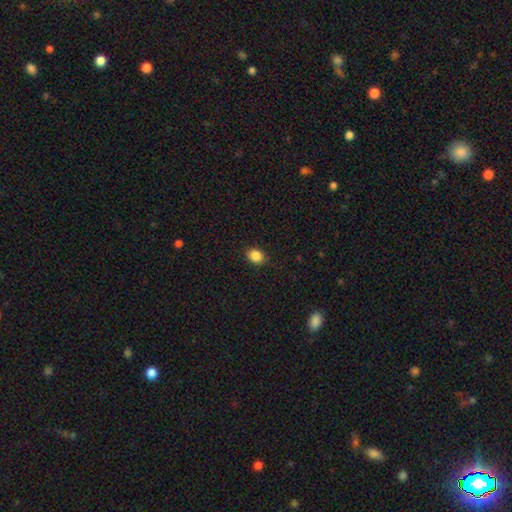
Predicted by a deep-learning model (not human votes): smooth-or-featured: smooth: 87% | star or artifact: 10% | featured or disk: 4%
  how-rounded: in between: 57% | round: 42% | cigar-shaped: 1%
  merging: none: 90% | minor disturbance: 8% | major disturbance: 2% | merger: 1%